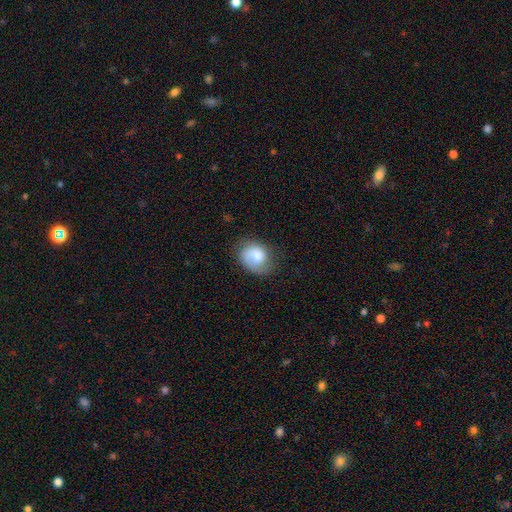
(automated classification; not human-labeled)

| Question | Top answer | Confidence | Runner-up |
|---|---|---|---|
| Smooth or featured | smooth | 60% | featured or disk (32%) |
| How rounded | in between | 54% | round (45%) |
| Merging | none | 59% | minor disturbance (26%) |